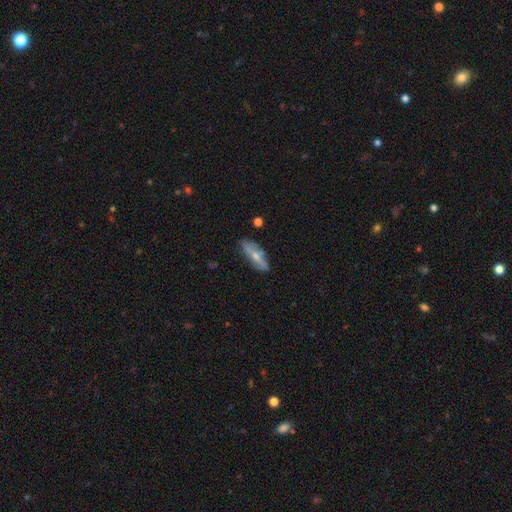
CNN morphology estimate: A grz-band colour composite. It shows a smooth galaxy with no disk features (48%). Merging: none (72%).